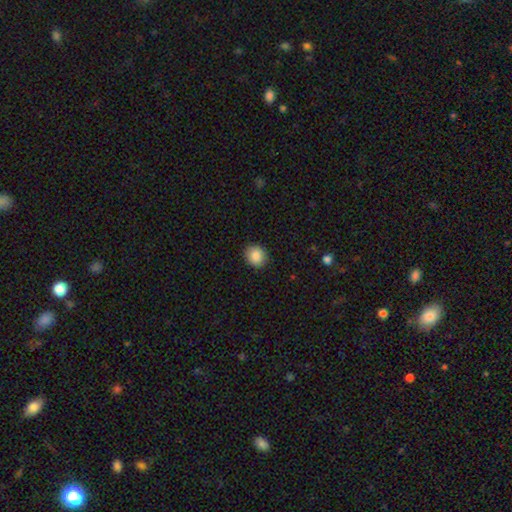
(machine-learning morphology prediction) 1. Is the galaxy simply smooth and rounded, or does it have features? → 87% smooth, 8% star or artifact, 4% featured or disk.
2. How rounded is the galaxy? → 80% round, 19% in between, 1% cigar-shaped.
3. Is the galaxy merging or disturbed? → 90% none, 7% minor disturbance, 2% major disturbance, 1% merger.